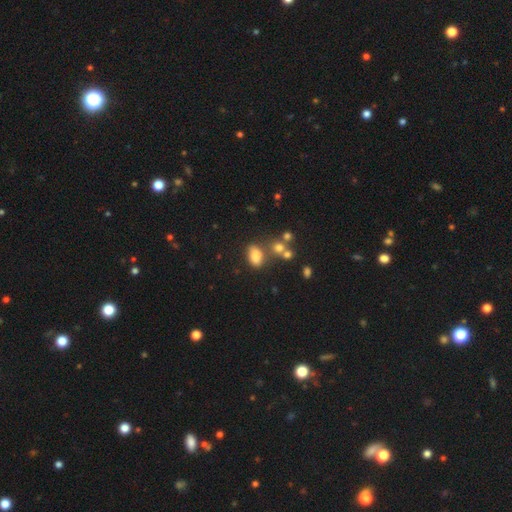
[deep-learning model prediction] Smooth or featured?
  - smooth: 76% *
  - star or artifact: 14%
  - featured or disk: 10%
How rounded?
  - in between: 83% *
  - round: 15%
  - cigar-shaped: 2%
Merging?
  - none: 52% *
  - merger: 21%
  - minor disturbance: 19%
  - major disturbance: 8%